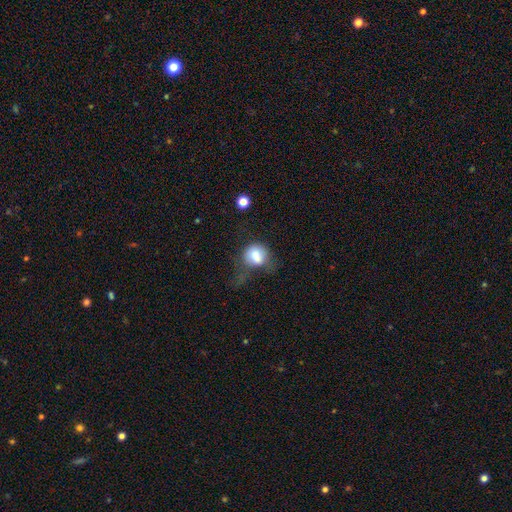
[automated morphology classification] A smooth galaxy with no disk features (76%) that is round (65%). Merging: major disturbance (34%).